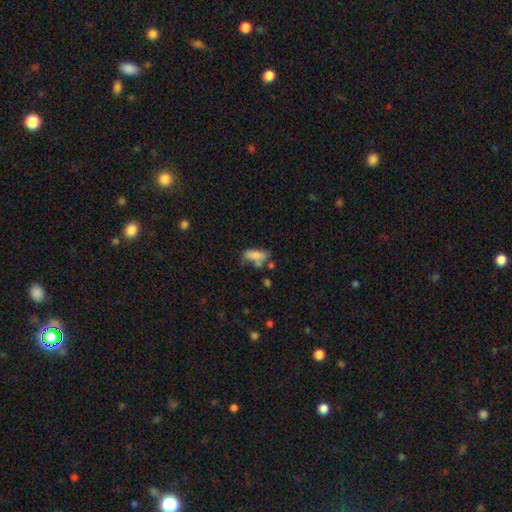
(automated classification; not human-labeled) Smooth or featured? Predicted: smooth (p=0.72). How rounded? Predicted: in between (p=0.71). Merging? Predicted: none (p=0.41).